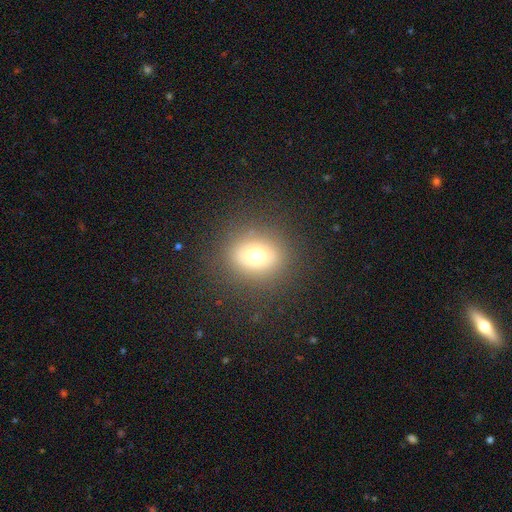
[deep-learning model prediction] A smooth galaxy with no disk features (70%) that is round (66%).

Vote fractions:
- Smooth or featured? smooth: 70% / featured or disk: 15% / star or artifact: 15%
- How rounded? round: 66% / in between: 33% / cigar-shaped: 1%
- Merging? none: 86% / minor disturbance: 8% / major disturbance: 4% / merger: 1%